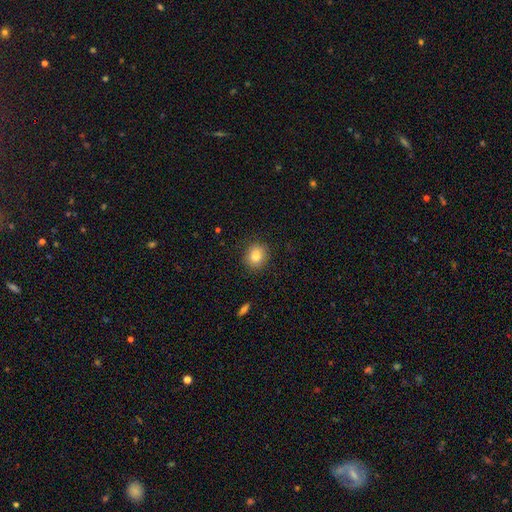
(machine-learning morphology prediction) smooth_or_featured: smooth (p=0.82) [alt: star or artifact p=0.10]
how_rounded: round (p=0.82) [alt: in between p=0.17]
merging: none (p=0.88) [alt: minor disturbance p=0.08]